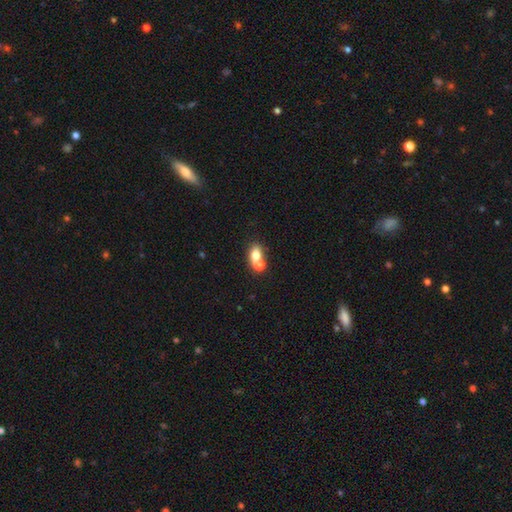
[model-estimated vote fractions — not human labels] A smooth galaxy with no disk features (72%) that is in between round and cigar-shaped (63%). Merging: merger (57%).